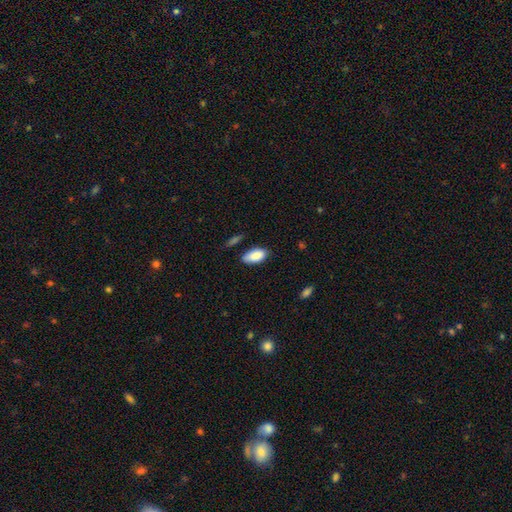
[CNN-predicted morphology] type=smooth (88%); roundness=in between (94%); merging=none (71%).